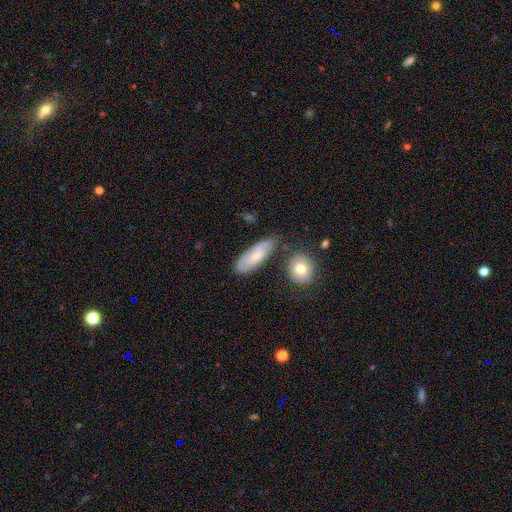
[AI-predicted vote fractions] The model was most divided on "smooth or featured": smooth: 62%, featured or disk: 31%, star or artifact: 6%. More confident: how rounded — in between (69%); merging — none (59%).